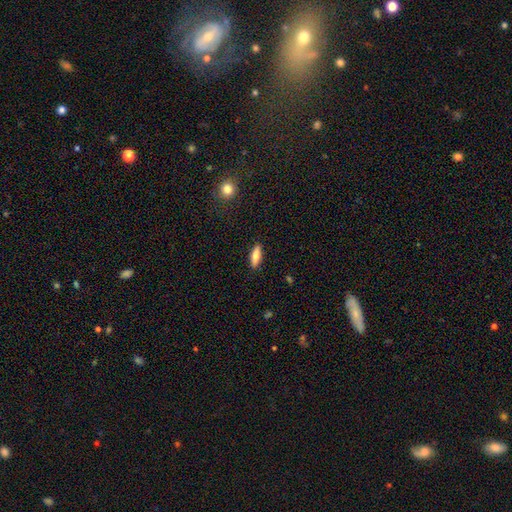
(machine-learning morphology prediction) Overall: smooth (72%). How rounded: cigar-shaped (53%; in between 45%). Merging: none (89%).